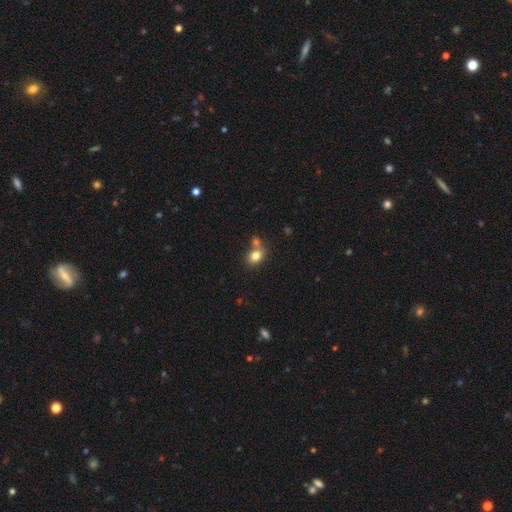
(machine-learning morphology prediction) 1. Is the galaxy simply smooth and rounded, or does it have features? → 80% smooth, 10% star or artifact, 9% featured or disk.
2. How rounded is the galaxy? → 61% in between, 38% round, 1% cigar-shaped.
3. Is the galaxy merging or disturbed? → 54% none, 30% merger, 12% minor disturbance, 4% major disturbance.